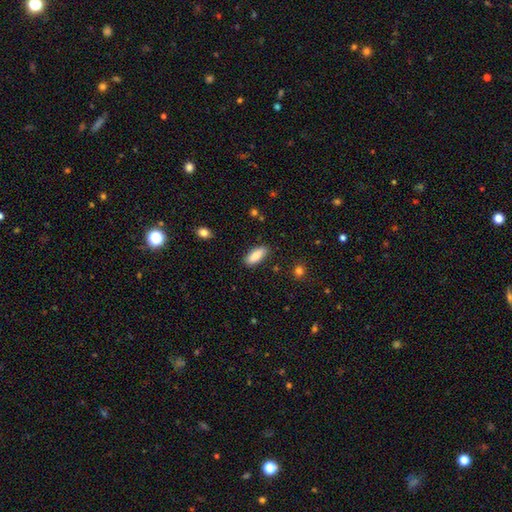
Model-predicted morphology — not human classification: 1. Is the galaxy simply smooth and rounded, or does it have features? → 87% smooth, 6% star or artifact, 6% featured or disk.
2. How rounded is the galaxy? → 77% in between, 21% cigar-shaped, 2% round.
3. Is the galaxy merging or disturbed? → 85% none, 11% minor disturbance, 2% major disturbance, 1% merger.